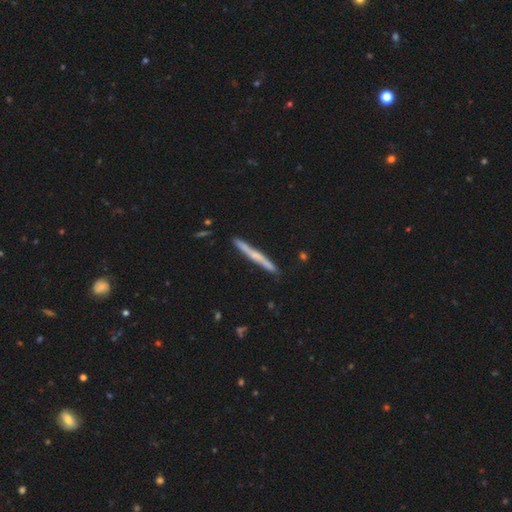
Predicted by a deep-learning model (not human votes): Smooth or featured? Predicted: featured or disk (p=0.58). Edge-on disk? Predicted: yes (p=0.97). Edge-on bulge? Predicted: none (p=0.47). Merging? Predicted: none (p=0.88).